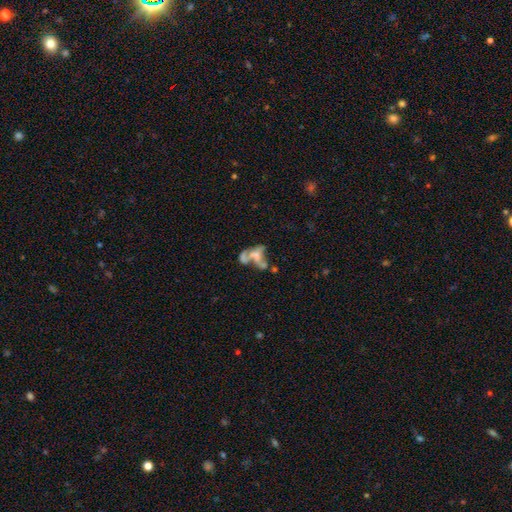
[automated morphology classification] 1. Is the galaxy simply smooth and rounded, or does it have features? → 53% featured or disk, 32% smooth, 15% star or artifact.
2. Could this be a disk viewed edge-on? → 95% no, 5% yes.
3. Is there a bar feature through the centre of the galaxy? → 85% no, 11% weak, 4% strong.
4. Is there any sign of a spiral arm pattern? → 85% no, 15% yes.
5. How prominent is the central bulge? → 47% none, 23% moderate, 21% small, 6% large, 2% dominant.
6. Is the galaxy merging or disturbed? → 49% merger, 26% major disturbance, 17% none, 9% minor disturbance.